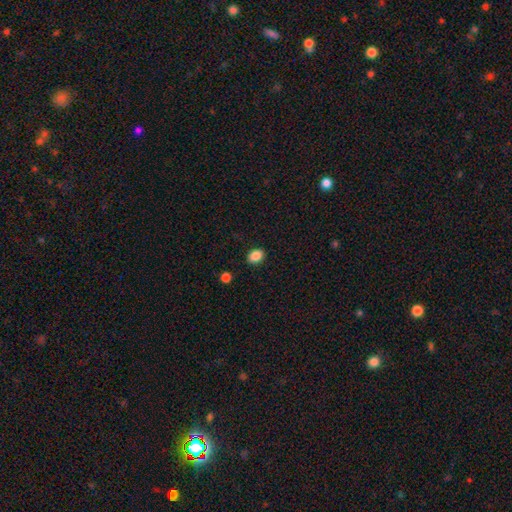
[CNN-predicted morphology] This appears to be a smooth galaxy with no disk features (87%) that is in between round and cigar-shaped (65%). Merging: none (89%).